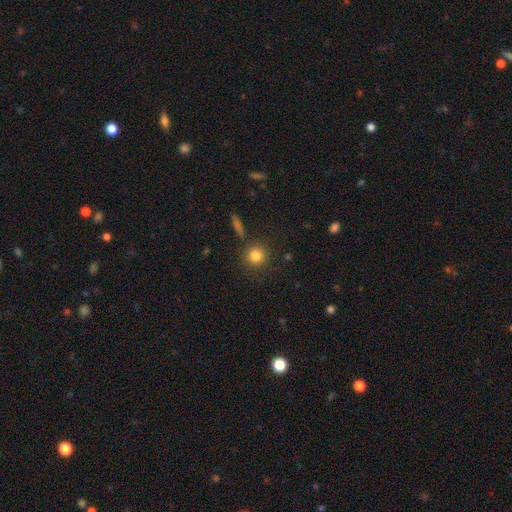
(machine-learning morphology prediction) A smooth galaxy with no disk features (83%) that is round (92%).

Vote fractions:
- Smooth or featured? smooth: 83% / star or artifact: 11% / featured or disk: 6%
- How rounded? round: 92% / in between: 7% / cigar-shaped: 1%
- Merging? none: 85% / minor disturbance: 8% / merger: 4% / major disturbance: 3%